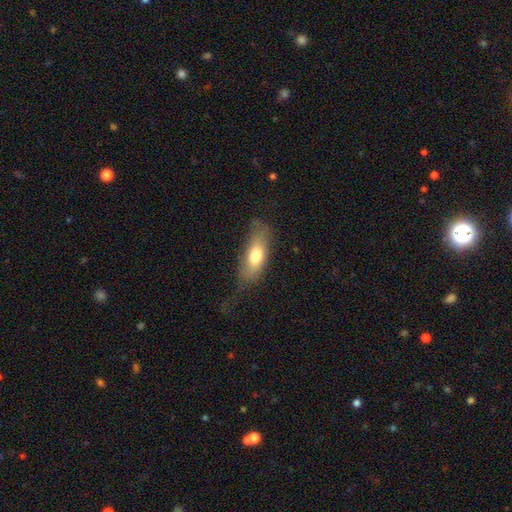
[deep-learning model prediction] smooth_or_featured: smooth (p=0.71) [alt: featured or disk p=0.22]
how_rounded: in between (p=0.77) [alt: cigar-shaped p=0.19]
merging: none (p=0.54) [alt: minor disturbance p=0.27]